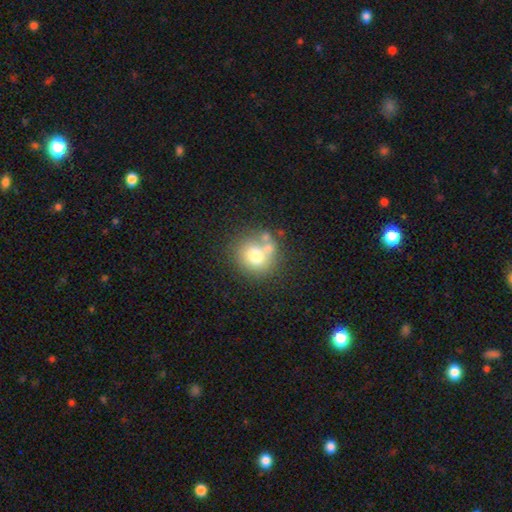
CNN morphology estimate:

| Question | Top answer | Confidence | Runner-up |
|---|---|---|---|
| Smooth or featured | smooth | 69% | featured or disk (19%) |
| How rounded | round | 82% | in between (17%) |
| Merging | none | 54% | merger (25%) |